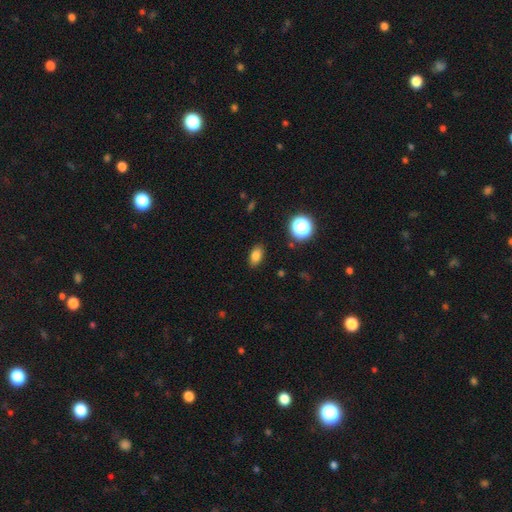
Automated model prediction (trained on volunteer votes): This appears to be a smooth galaxy with no disk features (82%) that is in between round and cigar-shaped (86%). Merging: none (87%).